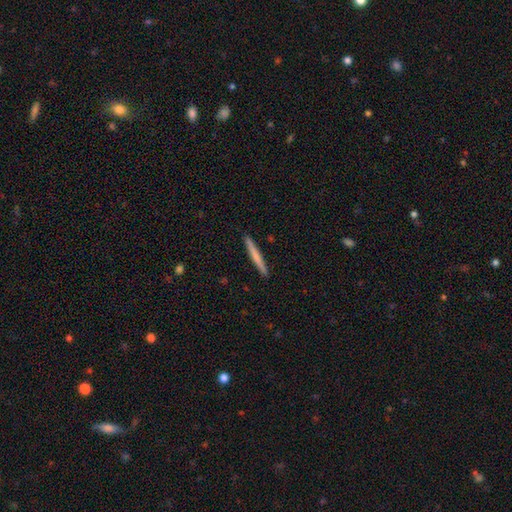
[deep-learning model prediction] Smooth or featured?
  - smooth: 65% *
  - featured or disk: 30%
  - star or artifact: 5%
How rounded?
  - cigar-shaped: 97% *
  - in between: 2%
  - round: 1%
Merging?
  - none: 92% *
  - minor disturbance: 5%
  - major disturbance: 1%
  - merger: 1%